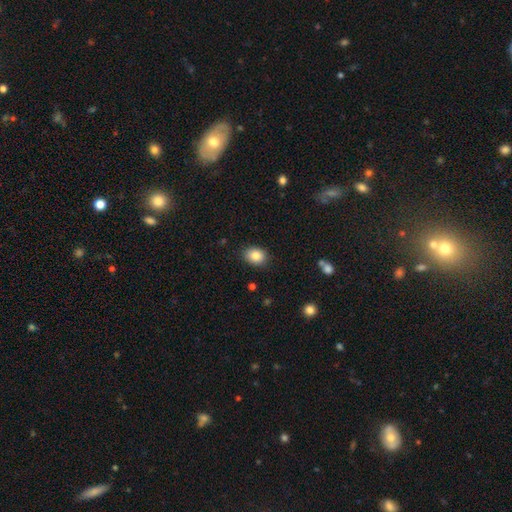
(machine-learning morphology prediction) smooth_or_featured: smooth (p=0.84) [alt: star or artifact p=0.09]
how_rounded: in between (p=0.59) [alt: round p=0.40]
merging: none (p=0.87) [alt: minor disturbance p=0.10]